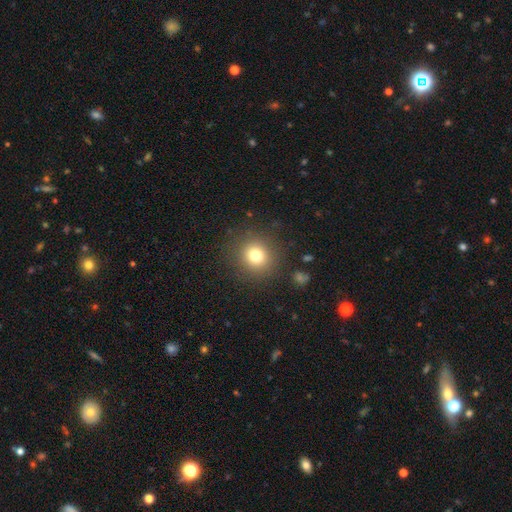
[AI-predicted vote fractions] smooth_or_featured: smooth (p=0.77) [alt: star or artifact p=0.14]
how_rounded: round (p=0.91) [alt: in between p=0.08]
merging: none (p=0.88) [alt: minor disturbance p=0.07]